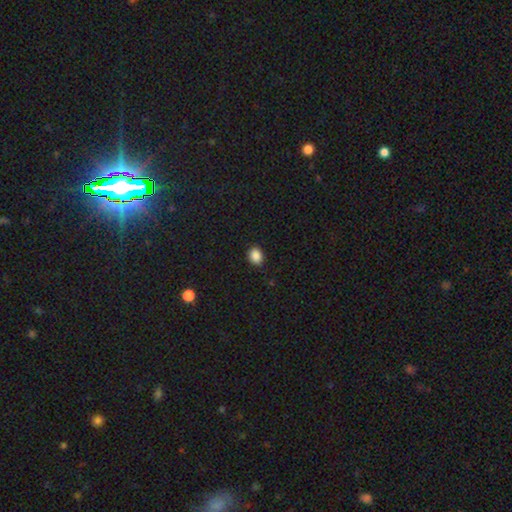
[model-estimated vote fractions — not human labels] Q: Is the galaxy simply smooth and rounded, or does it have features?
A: smooth — 88%.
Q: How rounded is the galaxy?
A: in between — 58%.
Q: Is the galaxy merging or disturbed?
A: none — 88%.